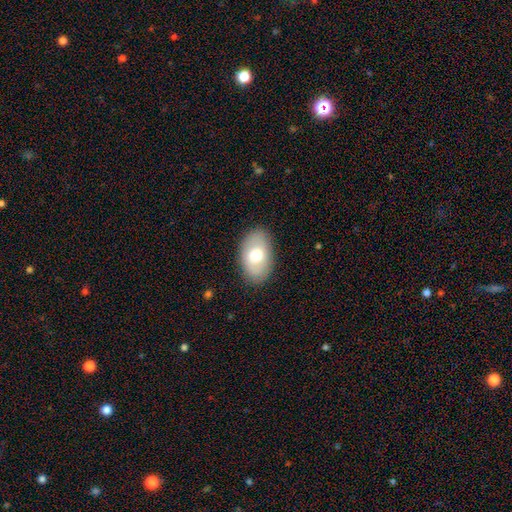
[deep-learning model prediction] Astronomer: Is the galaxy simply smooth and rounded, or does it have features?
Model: smooth — 67%.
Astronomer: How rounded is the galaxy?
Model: in between — 91%.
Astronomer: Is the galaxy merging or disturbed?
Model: none — 84%.